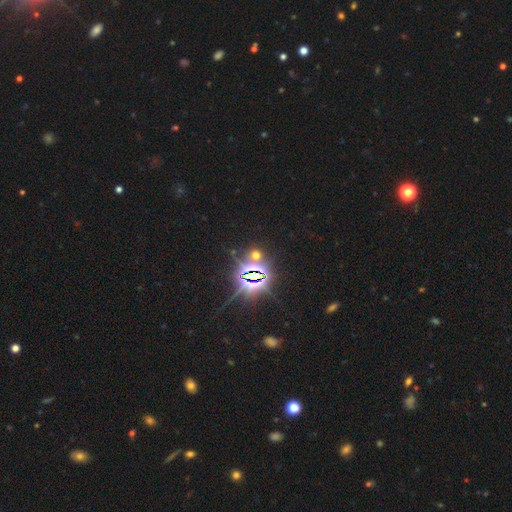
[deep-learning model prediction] Smooth or featured? star or artifact (71%)